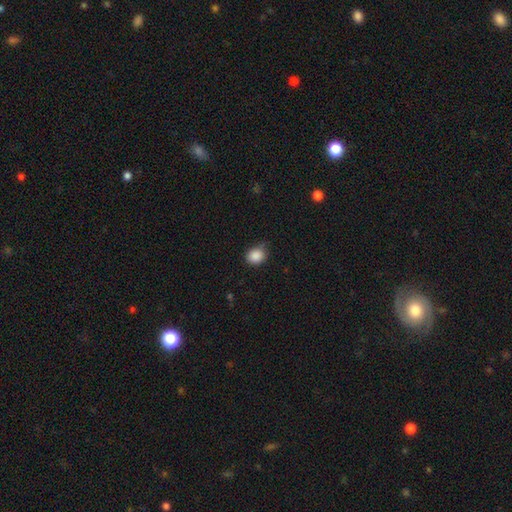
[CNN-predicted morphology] smooth 87%, star or artifact 9%, featured or disk 4%. Down the decision tree: how rounded — round (67%); merging — none (69%).